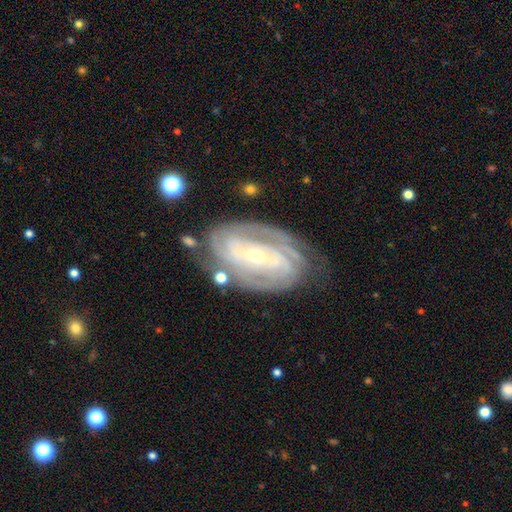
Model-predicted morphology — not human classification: A featured or disk galaxy (88%) with a strong bar (38%), 2 (39%) tight (71%) spiral arms (96%) and a small central bulge (65%).

Vote fractions:
- Smooth or featured? featured or disk: 88% / smooth: 6% / star or artifact: 5%
- Edge-on disk? no: 95% / yes: 5%
- Bar? strong: 38% / weak: 32% / no: 30%
- Spiral arms? yes: 96% / no: 4%
- Spiral winding? tight: 71% / medium: 24% / loose: 5%
- Spiral arm count? 2: 39% / can't tell: 23% / 3: 20% / 4: 10% / more than 4: 4% / 1: 4%
- Bulge size? small: 65% / moderate: 32% / large: 2% / none: 1% / dominant: 1%
- Merging? none: 70% / minor disturbance: 19% / major disturbance: 8% / merger: 3%